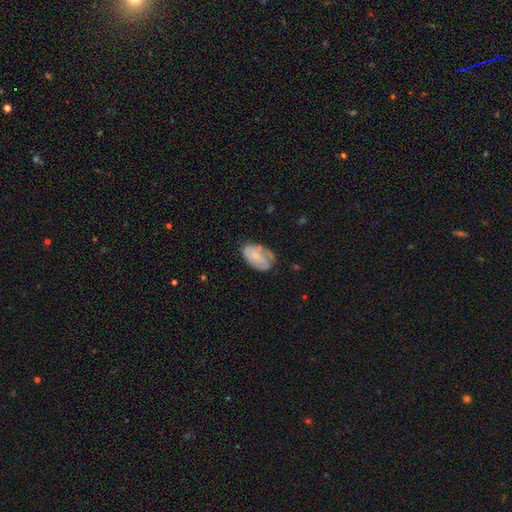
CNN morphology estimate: Q: Smooth or featured?
A: featured or disk (50%); runner-up: smooth (44%)
Q: Merging?
A: none (53%); runner-up: minor disturbance (32%)